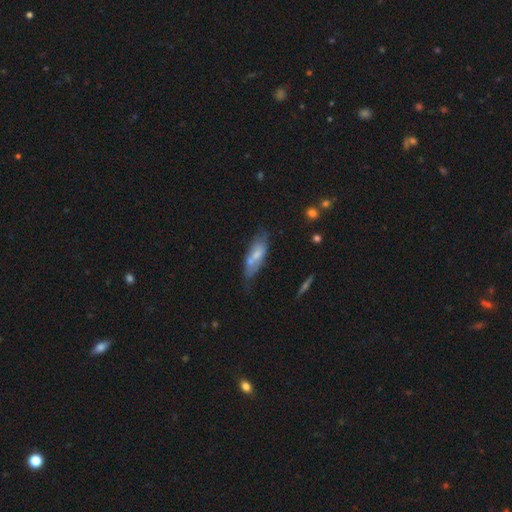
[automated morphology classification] smooth-or-featured: smooth: 59% | featured or disk: 33% | star or artifact: 7%
  how-rounded: in between: 63% | cigar-shaped: 35% | round: 2%
  merging: none: 44% | minor disturbance: 26% | merger: 19% | major disturbance: 10%